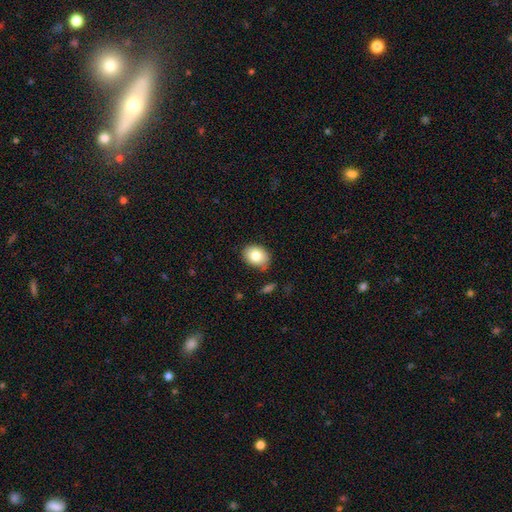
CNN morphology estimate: smooth 82%, featured or disk 10%, star or artifact 8%. Down the decision tree: how rounded — in between (67%); merging — none (81%).